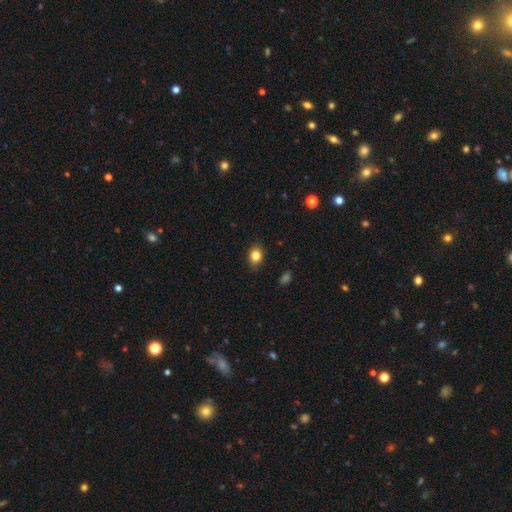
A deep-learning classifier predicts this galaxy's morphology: The model was most divided on "how rounded": in between: 61%, round: 38%, cigar-shaped: 1%. More confident: merging — none (86%); smooth or featured — smooth (82%).